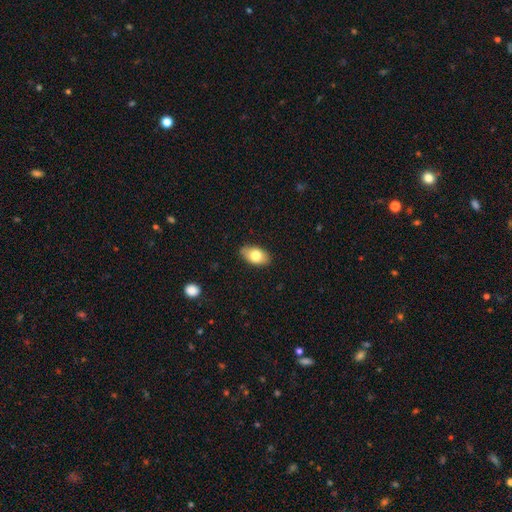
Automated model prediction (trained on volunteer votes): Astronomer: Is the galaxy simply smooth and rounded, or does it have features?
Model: smooth — 77%.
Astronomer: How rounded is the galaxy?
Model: in between — 92%.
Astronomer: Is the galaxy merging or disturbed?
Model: none — 85%.